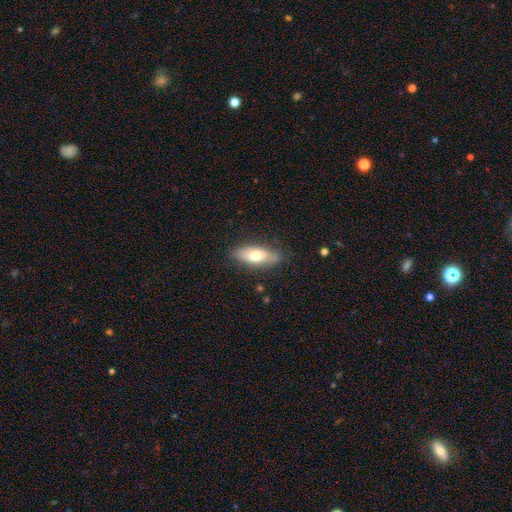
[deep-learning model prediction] Smooth or featured?
  - smooth: 67% *
  - featured or disk: 27%
  - star or artifact: 6%
How rounded?
  - in between: 64% *
  - cigar-shaped: 33%
  - round: 3%
Merging?
  - none: 81% *
  - minor disturbance: 15%
  - major disturbance: 3%
  - merger: 1%